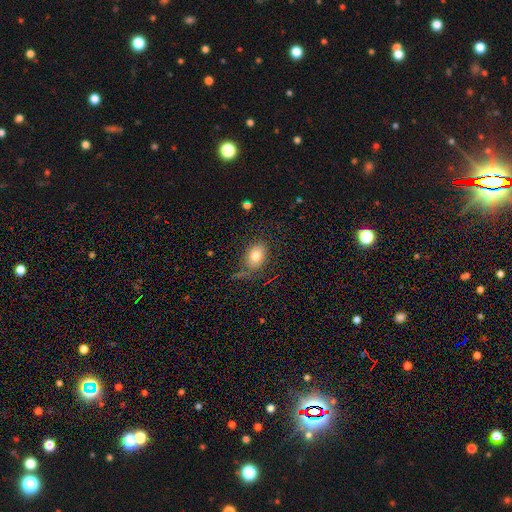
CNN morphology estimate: Q: Smooth or featured?
A: smooth (79%); runner-up: featured or disk (12%)
Q: How rounded?
A: in between (77%); runner-up: round (22%)
Q: Merging?
A: none (70%); runner-up: minor disturbance (18%)